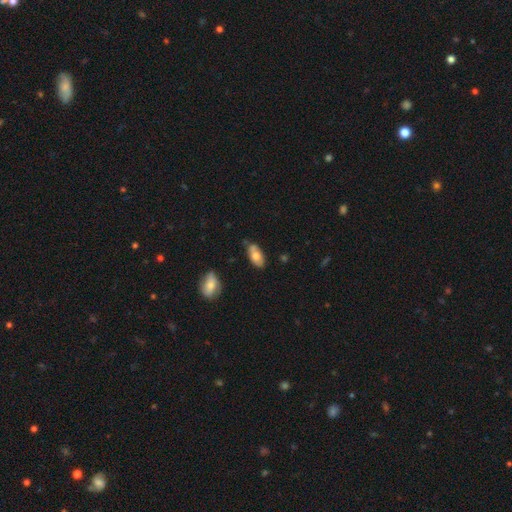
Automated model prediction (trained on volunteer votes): Smooth or featured?
  - smooth: 66% *
  - featured or disk: 27%
  - star or artifact: 6%
How rounded?
  - in between: 90% *
  - cigar-shaped: 6%
  - round: 4%
Merging?
  - none: 64% *
  - minor disturbance: 25%
  - merger: 7%
  - major disturbance: 4%